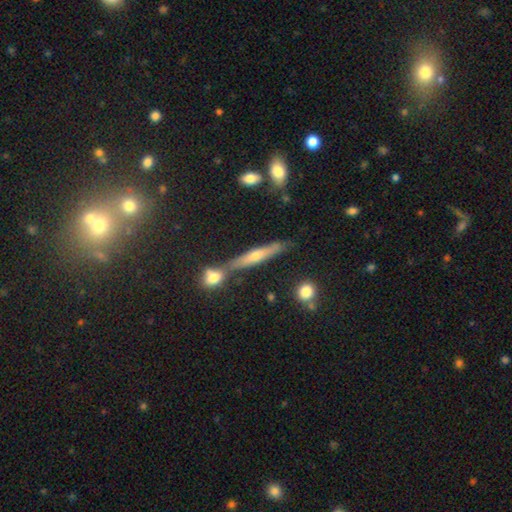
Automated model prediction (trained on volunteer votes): Smooth or featured? Predicted: featured or disk (p=0.52). Edge-on disk? Predicted: yes (p=0.90). Merging? Predicted: none (p=0.67).